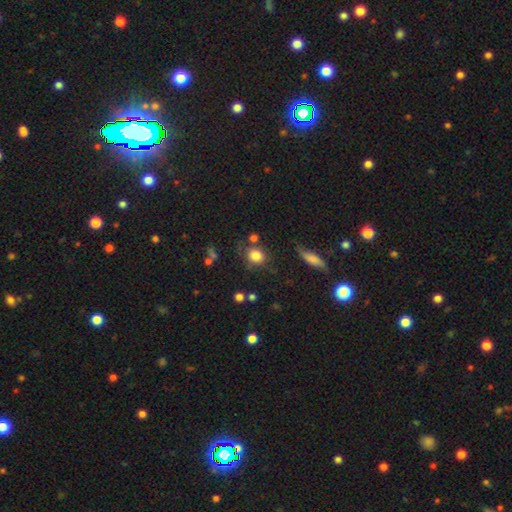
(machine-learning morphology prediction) Smooth or featured?
  - smooth: 82% *
  - star or artifact: 11%
  - featured or disk: 8%
How rounded?
  - round: 63% *
  - in between: 35%
  - cigar-shaped: 2%
Merging?
  - none: 67% *
  - minor disturbance: 17%
  - merger: 9%
  - major disturbance: 7%